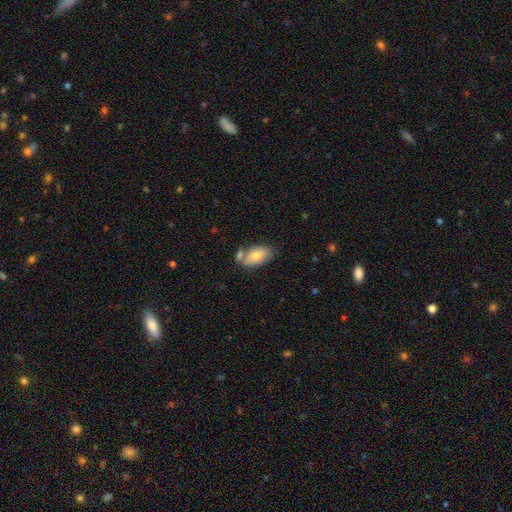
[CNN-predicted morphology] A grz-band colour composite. It shows a smooth galaxy with no disk features (73%) that is in between round and cigar-shaped (92%). Merging: none (53%).